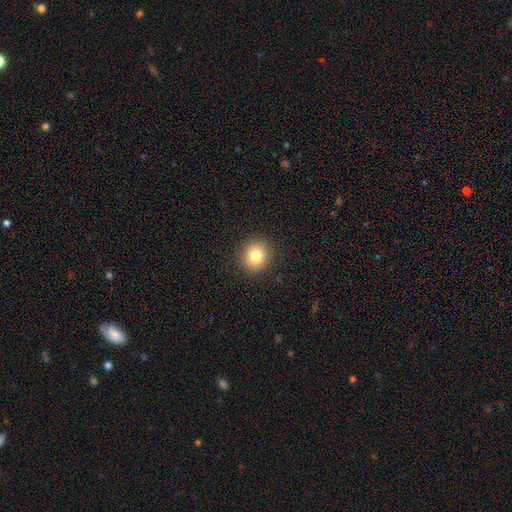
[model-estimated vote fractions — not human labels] Smooth or featured?
  - smooth: 80% *
  - star or artifact: 11%
  - featured or disk: 9%
How rounded?
  - round: 87% *
  - in between: 12%
  - cigar-shaped: 1%
Merging?
  - none: 91% *
  - minor disturbance: 6%
  - major disturbance: 2%
  - merger: 1%